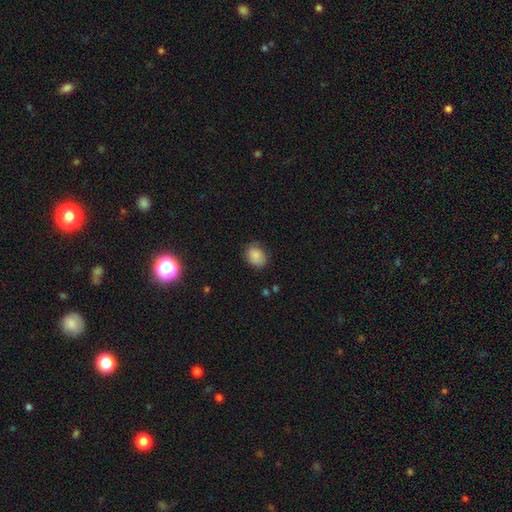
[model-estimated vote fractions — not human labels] Overall: smooth (86%). How rounded: in between (56%; round 43%). Merging: none (73%).